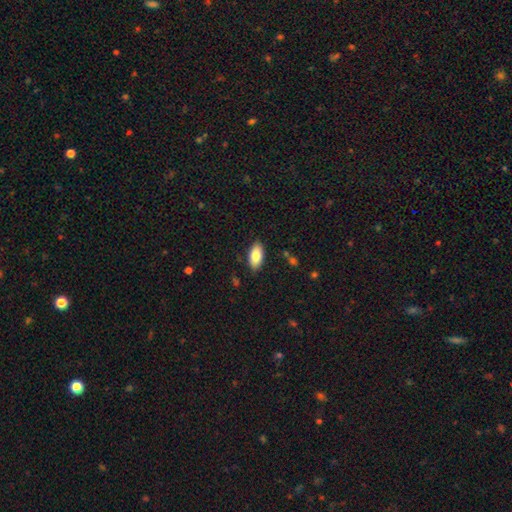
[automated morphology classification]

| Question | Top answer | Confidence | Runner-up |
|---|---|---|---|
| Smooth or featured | smooth | 84% | featured or disk (10%) |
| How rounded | in between | 93% | cigar-shaped (5%) |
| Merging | none | 86% | minor disturbance (10%) |